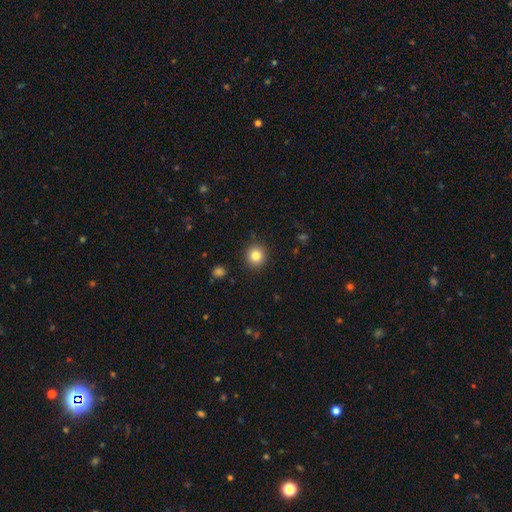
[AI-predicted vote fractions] Morphology: type=smooth (83%); roundness=round (91%); merging=none (91%).